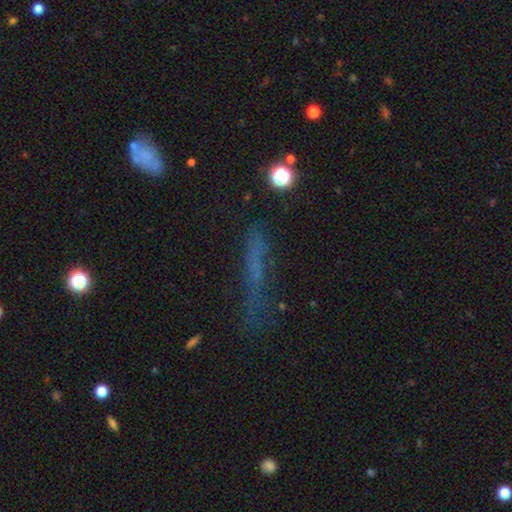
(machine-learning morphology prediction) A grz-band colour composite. It shows a smooth galaxy with no disk features (43%). Merging: none (63%).